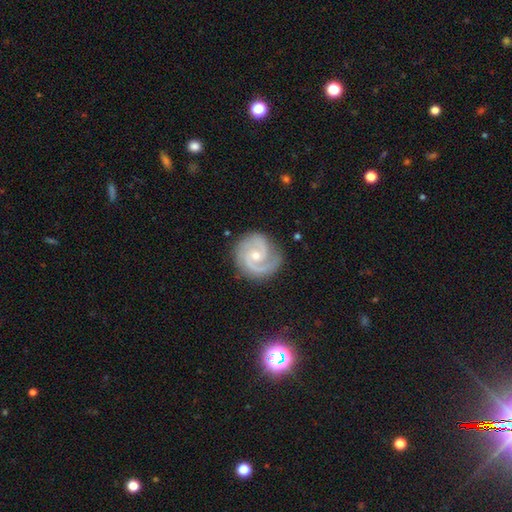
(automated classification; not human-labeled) Smooth or featured?
  - featured or disk: 90% *
  - smooth: 5%
  - star or artifact: 5%
Edge-on disk?
  - no: 98% *
  - yes: 2%
Bar?
  - no: 62% *
  - weak: 32%
  - strong: 6%
Spiral arms?
  - yes: 98% *
  - no: 2%
Spiral winding?
  - tight: 49% *
  - medium: 44%
  - loose: 7%
Spiral arm count?
  - 2: 85% *
  - 3: 6%
  - 1: 3%
  - can't tell: 3%
  - 4: 1%
  - more than 4: 1%
Bulge size?
  - small: 51% *
  - moderate: 46%
  - large: 1%
  - none: 1%
  - dominant: 1%
Merging?
  - none: 82% *
  - minor disturbance: 13%
  - major disturbance: 4%
  - merger: 1%